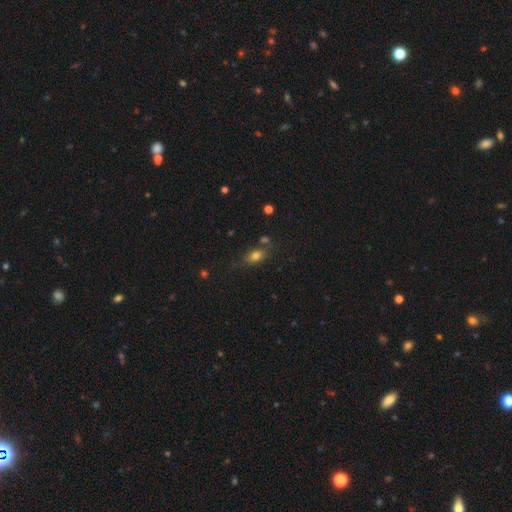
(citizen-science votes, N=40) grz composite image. It shows a smooth galaxy with no disk features (78%) that is in between round and cigar-shaped (87%). Merging: none (78%).